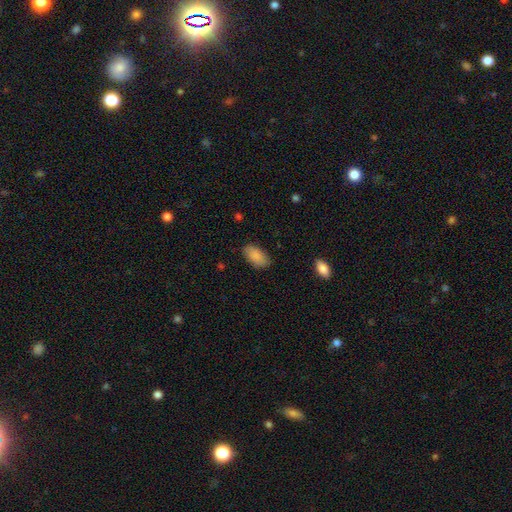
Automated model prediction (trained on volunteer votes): This is clearly a smooth galaxy (88%). How rounded: clearly in between (94%). Merging: clearly none (84%).